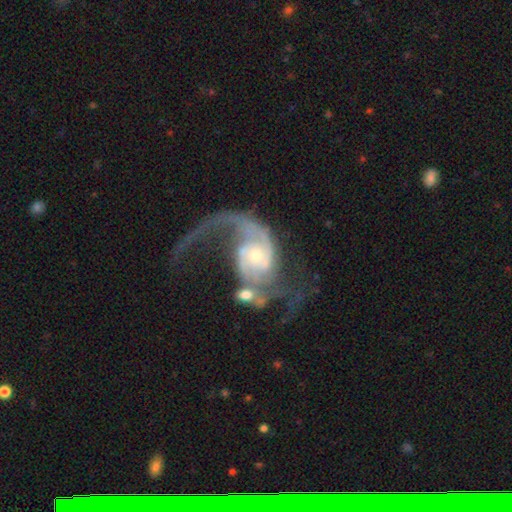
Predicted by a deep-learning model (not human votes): Smooth or featured?
  - featured or disk: 89% *
  - smooth: 6%
  - star or artifact: 5%
Edge-on disk?
  - no: 97% *
  - yes: 3%
Bar?
  - no: 63% *
  - weak: 29%
  - strong: 8%
Spiral arms?
  - yes: 96% *
  - no: 4%
Spiral winding?
  - loose: 58% *
  - medium: 31%
  - tight: 11%
Spiral arm count?
  - 2: 72% *
  - 1: 14%
  - can't tell: 6%
  - 3: 4%
  - 4: 2%
  - more than 4: 2%
Bulge size?
  - small: 51% *
  - moderate: 41%
  - large: 4%
  - none: 2%
  - dominant: 1%
Merging?
  - major disturbance: 35% *
  - none: 29%
  - merger: 24%
  - minor disturbance: 12%